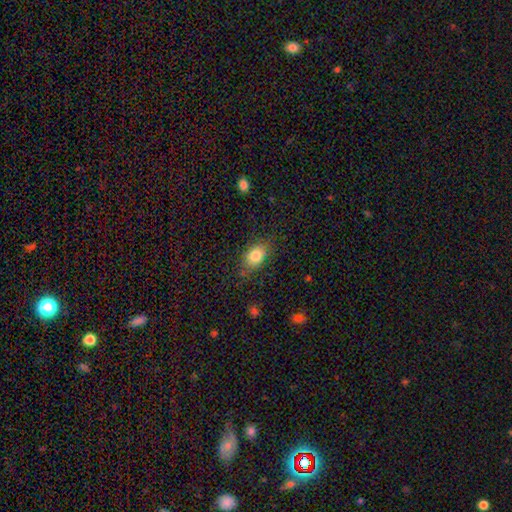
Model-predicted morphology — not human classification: type=smooth (82%); roundness=in between (77%); merging=none (77%).